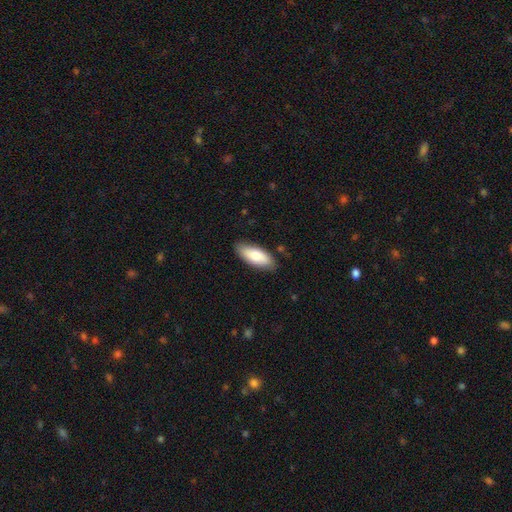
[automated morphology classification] Q: Smooth or featured?
A: smooth (78%); runner-up: featured or disk (16%)
Q: How rounded?
A: in between (82%); runner-up: cigar-shaped (16%)
Q: Merging?
A: none (83%); runner-up: minor disturbance (13%)